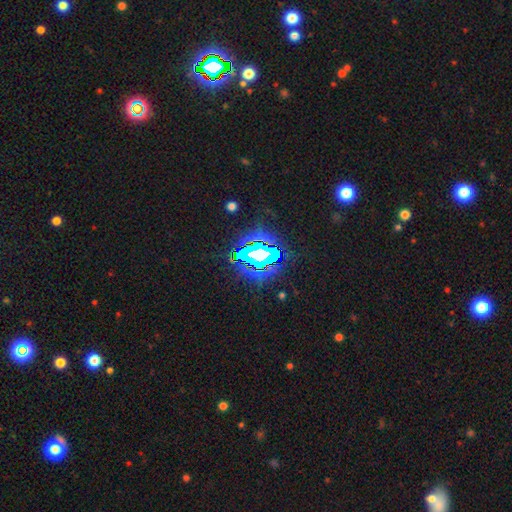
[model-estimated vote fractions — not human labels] Smooth or featured?
  - star or artifact: 73% *
  - smooth: 14%
  - featured or disk: 13%